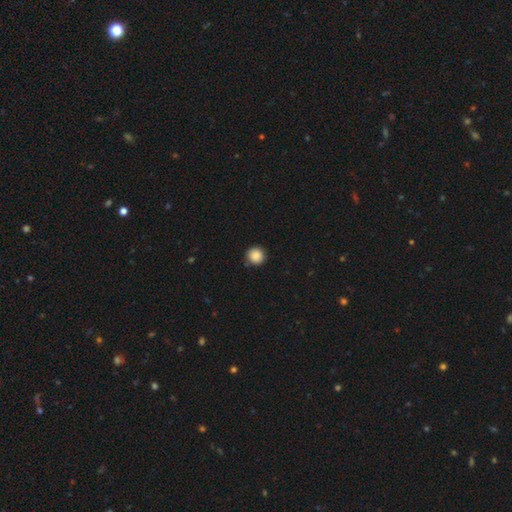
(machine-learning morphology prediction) Q: Smooth or featured?
A: smooth (88%); runner-up: star or artifact (9%)
Q: How rounded?
A: round (94%); runner-up: in between (5%)
Q: Merging?
A: none (87%); runner-up: minor disturbance (9%)